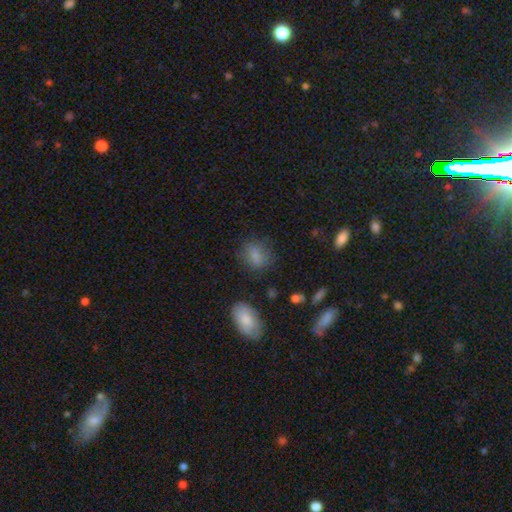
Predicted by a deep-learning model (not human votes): A smooth galaxy with no disk features (79%) that is in between round and cigar-shaped (55%). Merging: none (71%).